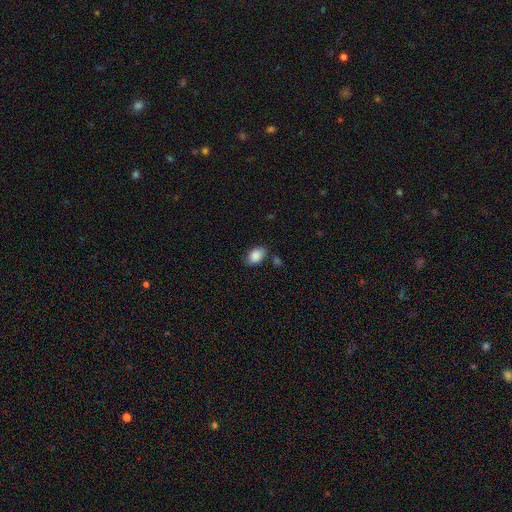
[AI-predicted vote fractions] Overall: smooth (88%). How rounded: in between (86%). Merging: none (74%).